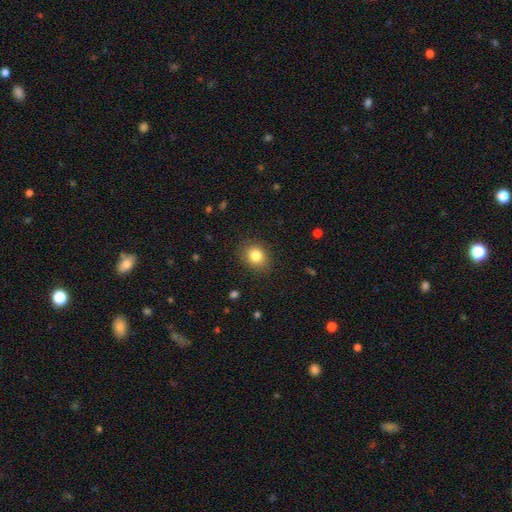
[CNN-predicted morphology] This appears to be a smooth galaxy with no disk features (82%) that is round (58%). Merging: none (87%).